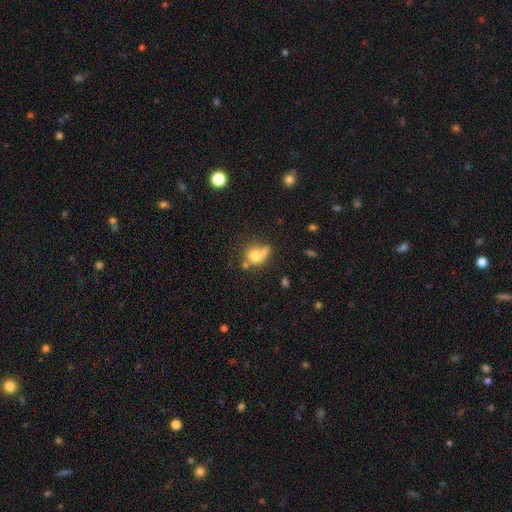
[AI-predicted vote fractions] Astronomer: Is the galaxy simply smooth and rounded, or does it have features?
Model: smooth — 71%.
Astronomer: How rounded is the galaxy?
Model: round — 69%.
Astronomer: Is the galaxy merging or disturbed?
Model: none — 35% (runner-up: merger, 34%).